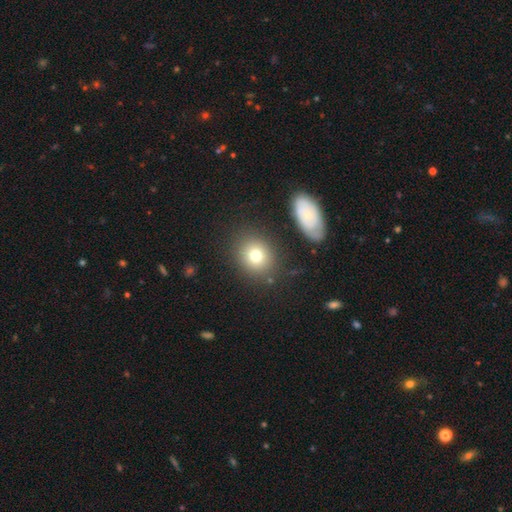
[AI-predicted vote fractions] The model was most divided on "how rounded": round: 73%, in between: 26%, cigar-shaped: 1%. More confident: merging — none (81%); smooth or featured — smooth (75%).